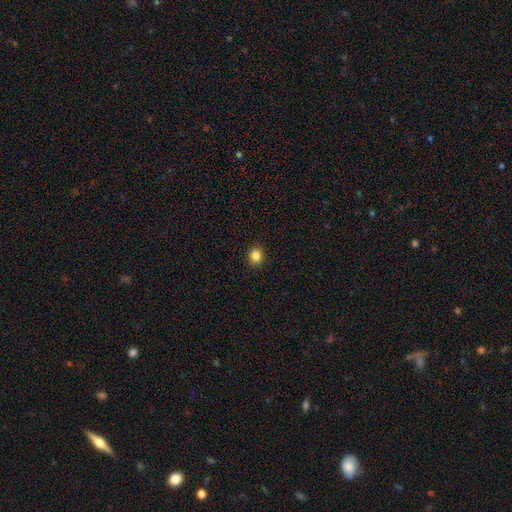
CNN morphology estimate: Smooth or featured? Predicted: smooth (p=0.84). How rounded? Predicted: round (p=0.66). Merging? Predicted: none (p=0.91).